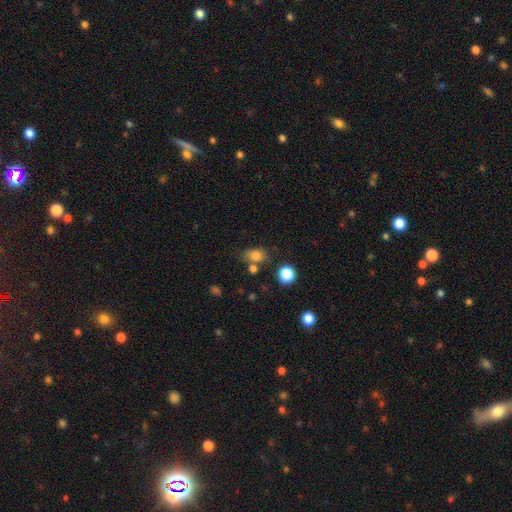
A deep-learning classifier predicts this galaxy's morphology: The model was most divided on "how rounded": in between: 69%, round: 29%, cigar-shaped: 2%. More confident: smooth or featured — smooth (79%); merging — none (63%).